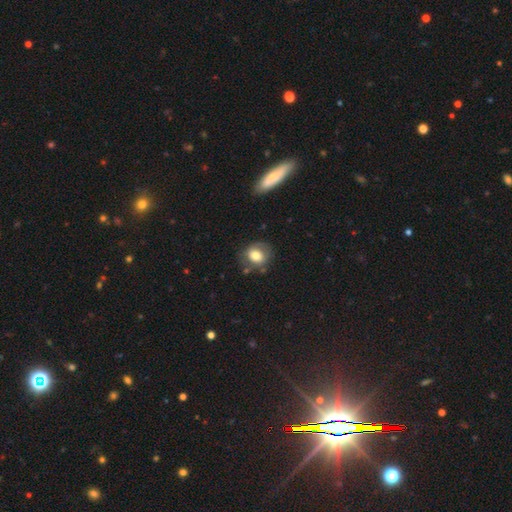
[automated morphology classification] A smooth galaxy with no disk features (71%) that is round (65%).

Vote fractions:
- Smooth or featured? smooth: 71% / featured or disk: 21% / star or artifact: 8%
- How rounded? round: 65% / in between: 34% / cigar-shaped: 1%
- Merging? none: 68% / minor disturbance: 20% / major disturbance: 8% / merger: 4%